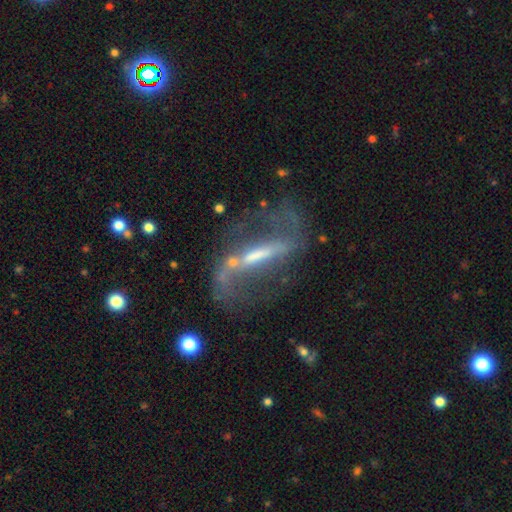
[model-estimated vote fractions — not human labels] smooth-or-featured: featured or disk: 80% | smooth: 11% | star or artifact: 8%
  disk-edge-on: no: 82% | yes: 18%
    bar: strong: 68% | weak: 22% | no: 9%
    has-spiral-arms: yes: 81% | no: 19%
      spiral-winding: loose: 73% | medium: 21% | tight: 7%
      spiral-arm-count: 2: 84% | can't tell: 6% | 1: 6% | 3: 1% | 4: 1% | more than 4: 1%
    bulge-size: moderate: 33% | small: 32% | none: 26% | large: 8% | dominant: 2%
  merging: none: 50% | major disturbance: 24% | minor disturbance: 18% | merger: 7%